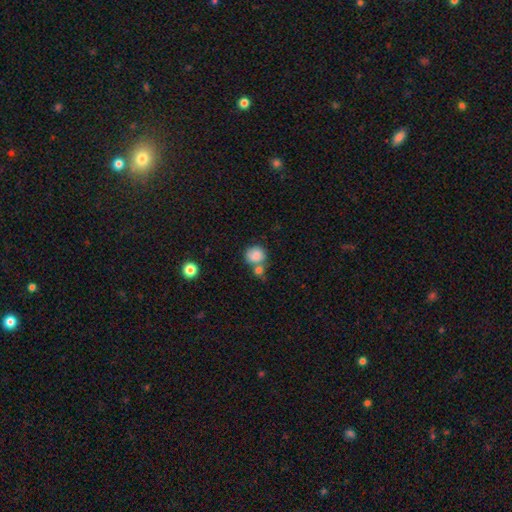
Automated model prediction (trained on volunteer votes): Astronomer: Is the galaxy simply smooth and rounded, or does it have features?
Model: smooth — 84%.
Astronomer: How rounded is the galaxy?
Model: round — 81%.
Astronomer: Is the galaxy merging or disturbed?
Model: none — 45% (runner-up: merger, 38%).